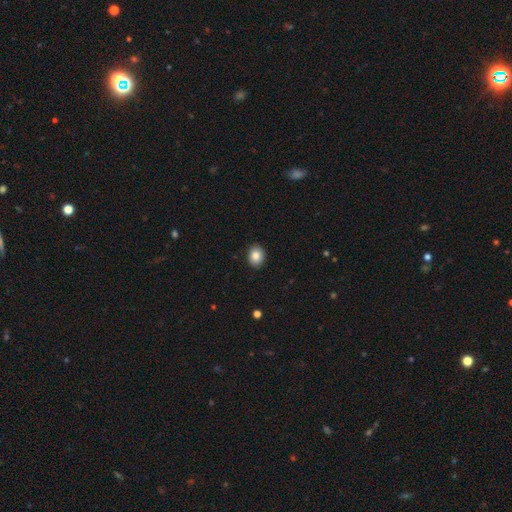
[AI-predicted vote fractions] Morphology: type=smooth (86%); roundness=round (53%); merging=none (91%).